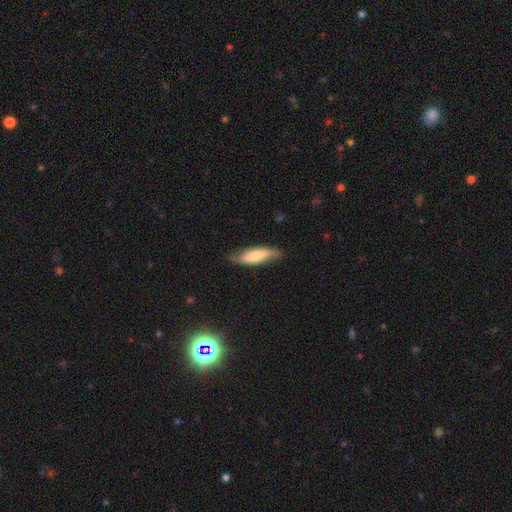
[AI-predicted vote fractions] Smooth or featured: smooth — 64% (featured or disk — 30%)
How rounded: cigar-shaped — 51% (in between — 47%)
Merging: none — 70% (minor disturbance — 24%)